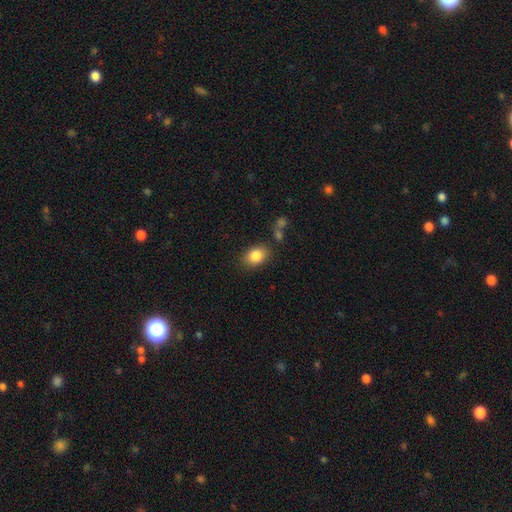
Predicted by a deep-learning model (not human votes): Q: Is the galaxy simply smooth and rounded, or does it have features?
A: smooth — 85%.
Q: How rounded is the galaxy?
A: in between — 71%.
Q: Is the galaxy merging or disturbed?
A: none — 80%.